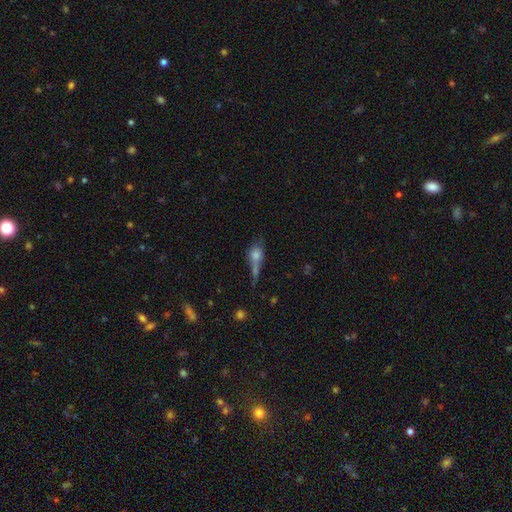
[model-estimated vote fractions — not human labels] This is possibly a smooth galaxy (55%). How rounded: possibly in between (45%). Merging: marginally none (38%).